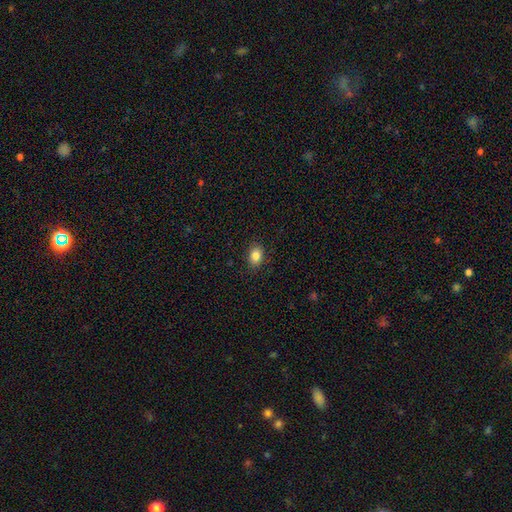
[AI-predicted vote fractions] Q: Smooth or featured?
A: smooth (85%); runner-up: star or artifact (9%)
Q: How rounded?
A: in between (74%); runner-up: round (25%)
Q: Merging?
A: none (88%); runner-up: minor disturbance (9%)